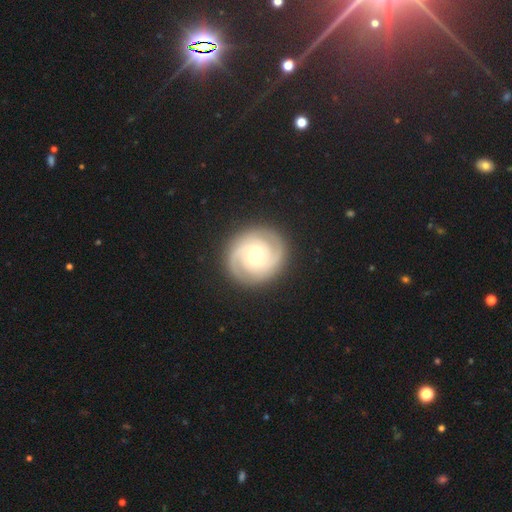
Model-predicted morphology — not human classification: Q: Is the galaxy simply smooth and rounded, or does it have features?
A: featured or disk — 87%.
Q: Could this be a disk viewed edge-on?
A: no — 98%.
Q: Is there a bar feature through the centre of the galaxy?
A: weak — 55%.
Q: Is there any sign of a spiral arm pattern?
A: yes — 97%.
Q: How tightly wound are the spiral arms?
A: tight — 66%.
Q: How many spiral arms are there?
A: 2 — 57%.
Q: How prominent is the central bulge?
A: small — 52%.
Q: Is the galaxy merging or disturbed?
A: none — 88%.